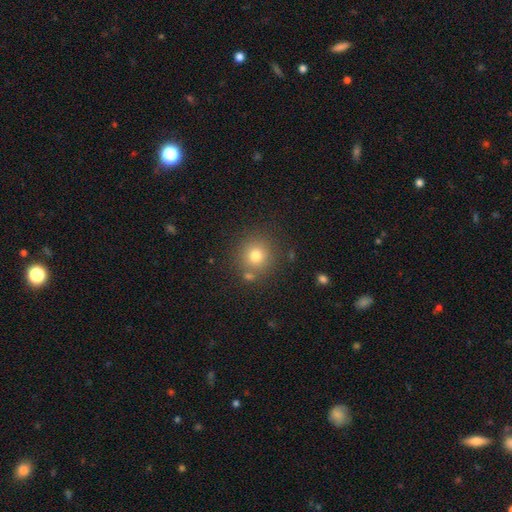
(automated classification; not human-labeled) A smooth galaxy with no disk features (77%) that is round (91%).

Vote fractions:
- Smooth or featured? smooth: 77% / star or artifact: 14% / featured or disk: 9%
- How rounded? round: 91% / in between: 8% / cigar-shaped: 1%
- Merging? none: 79% / merger: 9% / minor disturbance: 9% / major disturbance: 3%